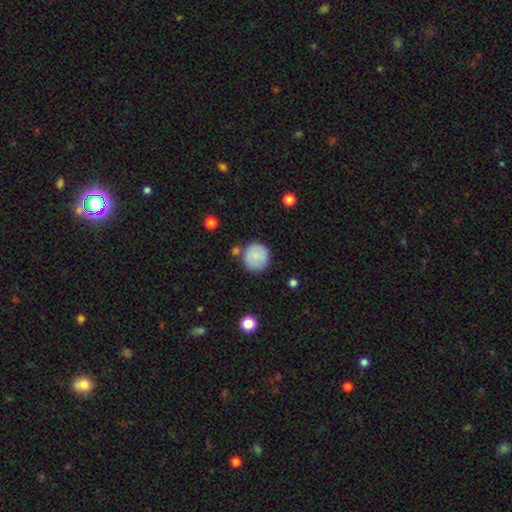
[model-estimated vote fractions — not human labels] Smooth or featured? Predicted: smooth (p=0.84). How rounded? Predicted: round (p=0.93). Merging? Predicted: none (p=0.78).